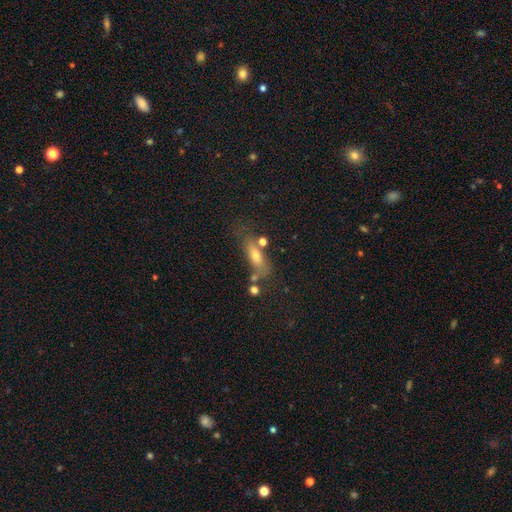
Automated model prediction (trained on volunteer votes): smooth-or-featured: smooth: 59% | featured or disk: 29% | star or artifact: 12%
  how-rounded: in between: 53% | cigar-shaped: 42% | round: 5%
  merging: none: 54% | minor disturbance: 21% | merger: 14% | major disturbance: 11%